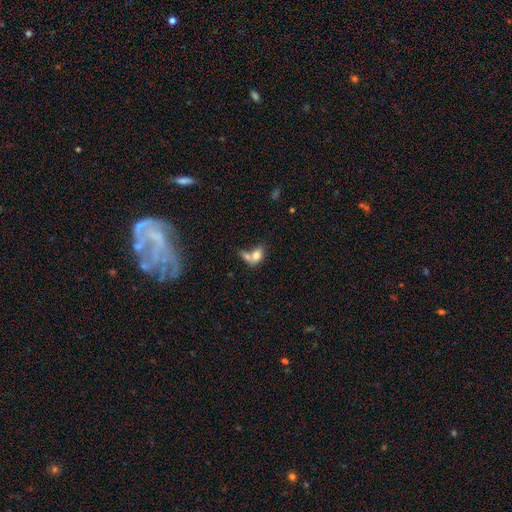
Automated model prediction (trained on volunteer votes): Smooth or featured?
  - smooth: 73% *
  - featured or disk: 18%
  - star or artifact: 9%
How rounded?
  - in between: 79% *
  - round: 17%
  - cigar-shaped: 4%
Merging?
  - merger: 61% *
  - none: 20%
  - minor disturbance: 10%
  - major disturbance: 10%